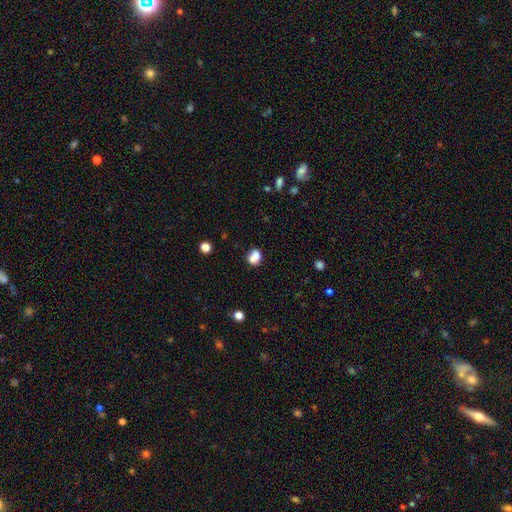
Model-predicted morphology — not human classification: Smooth or featured?
  - smooth: 79% *
  - star or artifact: 11%
  - featured or disk: 10%
How rounded?
  - in between: 53% *
  - round: 45%
  - cigar-shaped: 1%
Merging?
  - none: 48% *
  - merger: 29%
  - minor disturbance: 17%
  - major disturbance: 7%